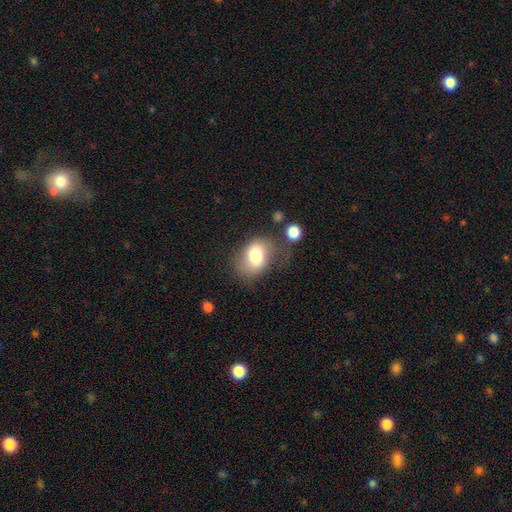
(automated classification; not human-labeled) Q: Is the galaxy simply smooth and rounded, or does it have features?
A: smooth — 74%.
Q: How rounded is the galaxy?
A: in between — 66%.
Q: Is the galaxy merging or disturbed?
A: none — 55%.